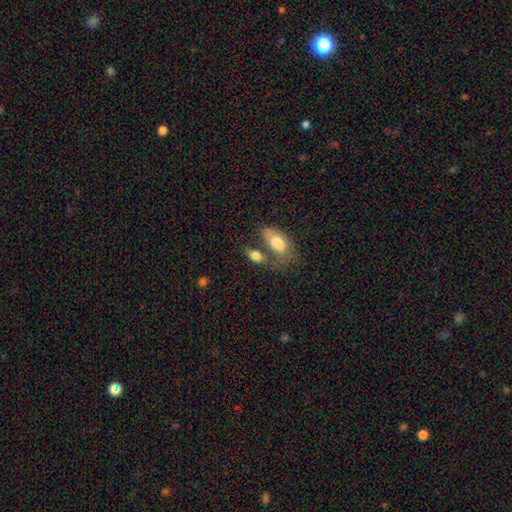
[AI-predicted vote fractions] Smooth or featured: smooth — 79% (featured or disk — 13%)
How rounded: in between — 86% (round — 9%)
Merging: merger — 39% (none — 37%)